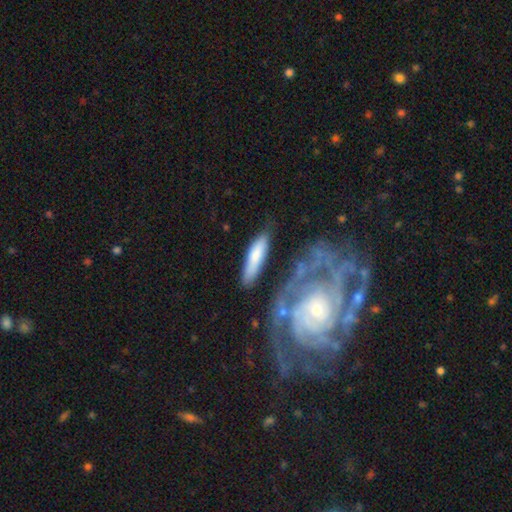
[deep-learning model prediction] A smooth galaxy with no disk features (69%) that is cigar-shaped (73%). Merging: none (66%).